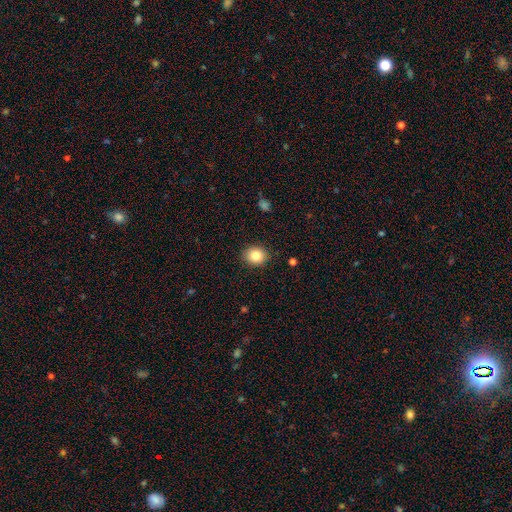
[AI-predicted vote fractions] Overall: smooth (84%). How rounded: round (62%; in between 37%). Merging: none (89%).